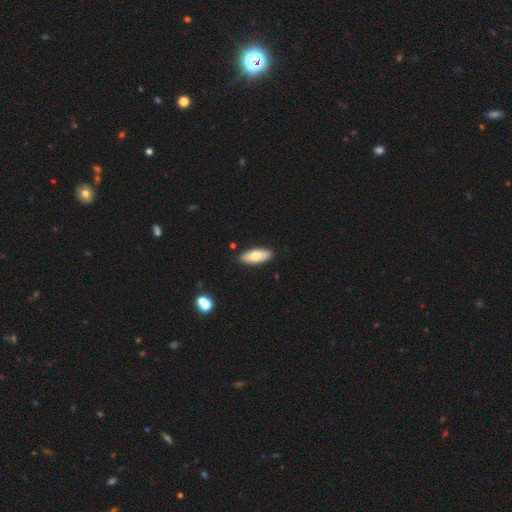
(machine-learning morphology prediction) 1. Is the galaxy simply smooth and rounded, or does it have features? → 71% smooth, 23% featured or disk, 6% star or artifact.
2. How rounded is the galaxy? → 79% in between, 19% cigar-shaped, 2% round.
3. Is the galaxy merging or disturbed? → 89% none, 8% minor disturbance, 2% major disturbance, 1% merger.